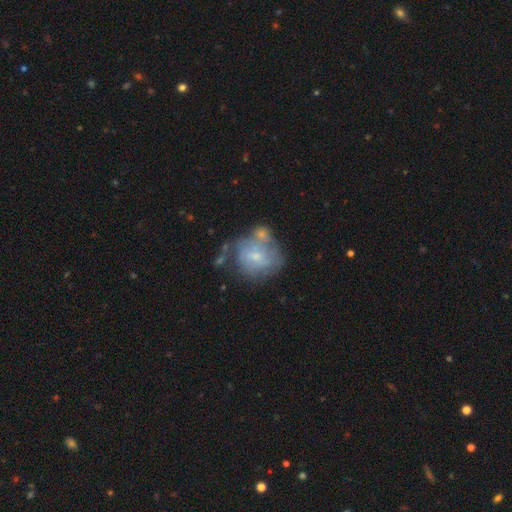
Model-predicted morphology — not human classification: Smooth or featured? featured or disk (59%)
Edge-on disk? no (97%)
Bar? no (64%)
Spiral arms? yes (68%)
Bulge size? small (66%)
Merging? none (42%)